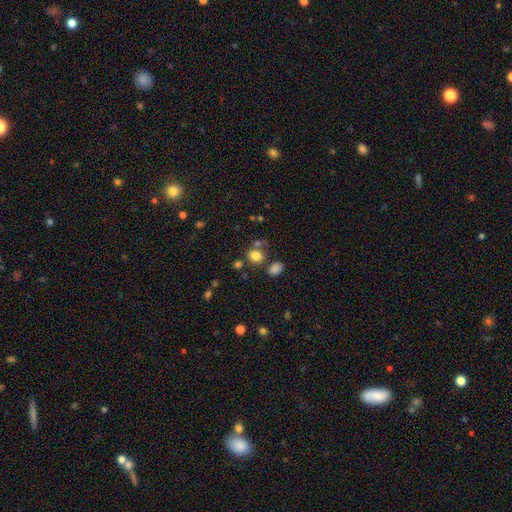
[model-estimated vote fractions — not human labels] The model was most divided on "how rounded": round: 70%, in between: 29%, cigar-shaped: 1%. More confident: smooth or featured — smooth (80%); merging — none (68%).